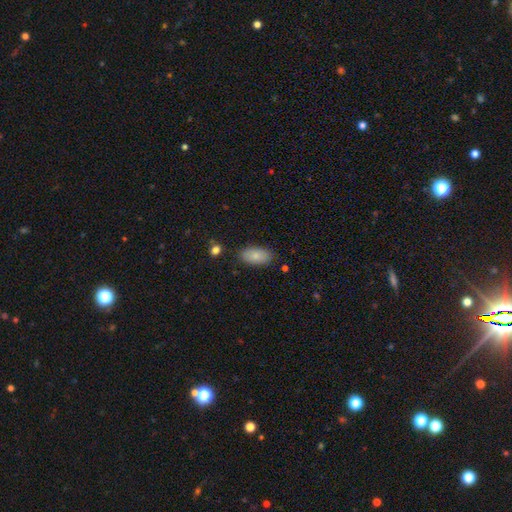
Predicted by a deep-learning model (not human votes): This appears to be a smooth galaxy with no disk features (84%) that is in between round and cigar-shaped (94%). Merging: none (85%).